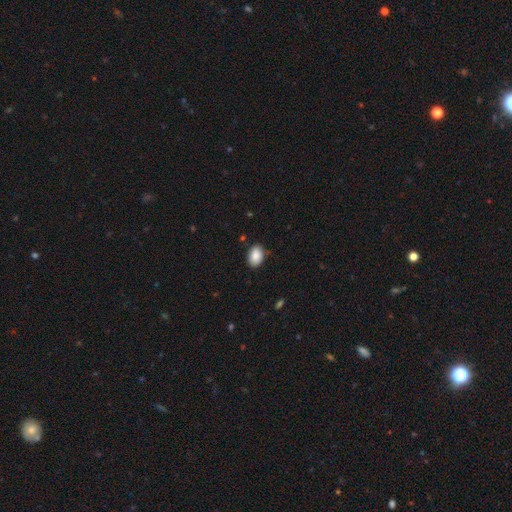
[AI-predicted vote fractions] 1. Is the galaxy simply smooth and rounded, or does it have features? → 89% smooth, 7% star or artifact, 4% featured or disk.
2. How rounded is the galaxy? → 84% in between, 15% round, 1% cigar-shaped.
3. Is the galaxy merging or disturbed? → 82% none, 14% minor disturbance, 3% major disturbance, 1% merger.